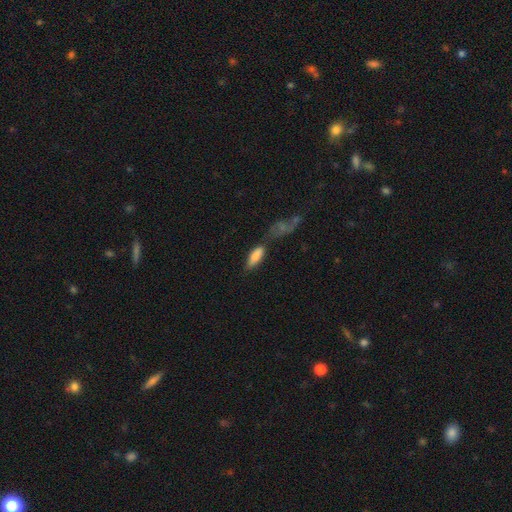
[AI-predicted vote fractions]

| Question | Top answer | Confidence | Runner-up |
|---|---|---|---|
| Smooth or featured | smooth | 80% | featured or disk (13%) |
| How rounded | in between | 63% | cigar-shaped (34%) |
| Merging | none | 48% | merger (23%) |